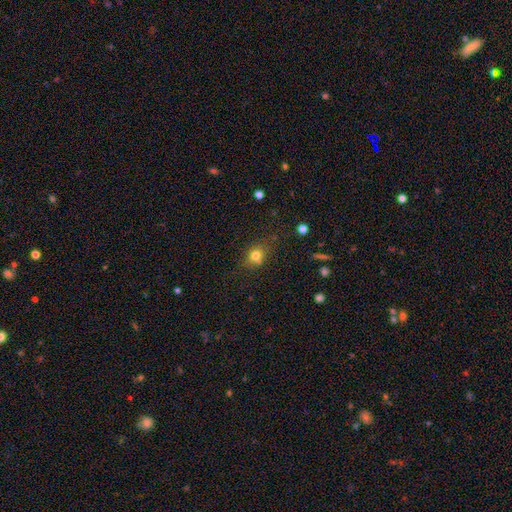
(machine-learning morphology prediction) Smooth or featured?
  - smooth: 78% *
  - star or artifact: 14%
  - featured or disk: 9%
How rounded?
  - round: 65% *
  - in between: 33%
  - cigar-shaped: 2%
Merging?
  - none: 73% *
  - minor disturbance: 17%
  - major disturbance: 6%
  - merger: 4%